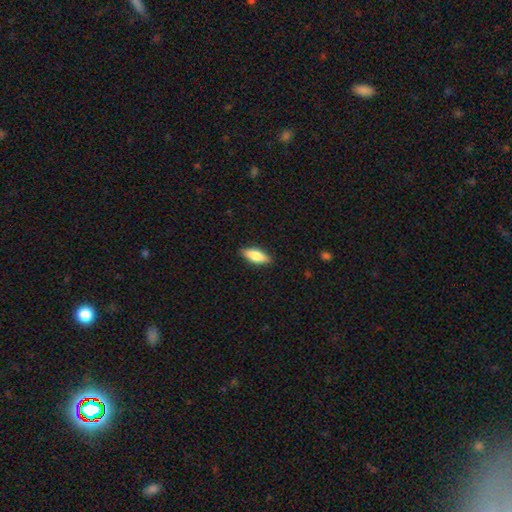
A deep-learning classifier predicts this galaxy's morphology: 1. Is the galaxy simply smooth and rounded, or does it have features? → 77% smooth, 17% featured or disk, 6% star or artifact.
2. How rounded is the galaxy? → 69% in between, 29% cigar-shaped, 2% round.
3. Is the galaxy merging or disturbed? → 87% none, 10% minor disturbance, 2% major disturbance, 1% merger.